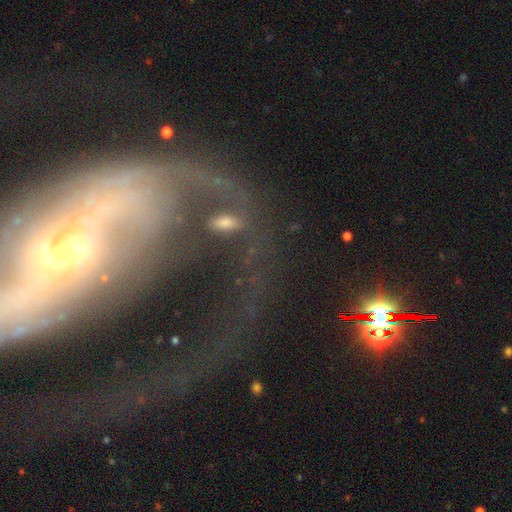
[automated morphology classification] featured or disk 65%, star or artifact 19%, smooth 16%. Down the decision tree: edge-on disk — no (88%); bar — no (49%); spiral arms — yes (62%); bulge size — moderate (46%); merging — major disturbance (41%).